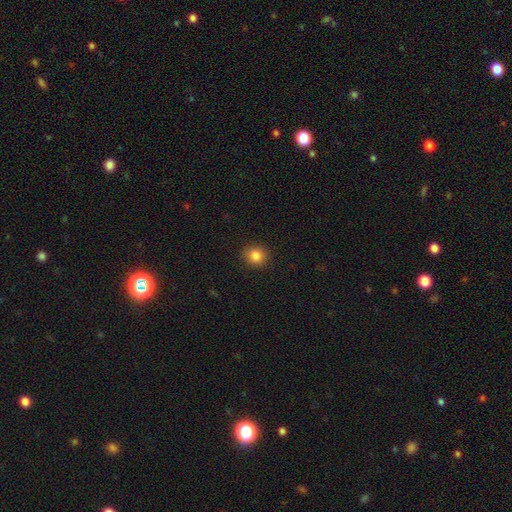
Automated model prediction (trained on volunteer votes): Q: Smooth or featured?
A: smooth (85%); runner-up: star or artifact (11%)
Q: How rounded?
A: round (85%); runner-up: in between (14%)
Q: Merging?
A: none (90%); runner-up: minor disturbance (7%)